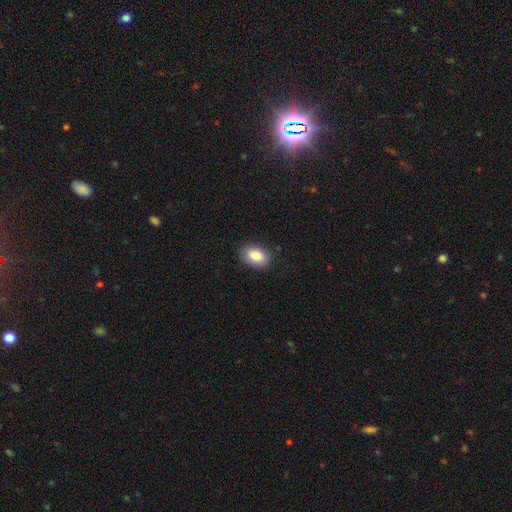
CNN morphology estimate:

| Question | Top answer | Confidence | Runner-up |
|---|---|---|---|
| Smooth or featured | smooth | 87% | star or artifact (7%) |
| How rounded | in between | 86% | round (13%) |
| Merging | none | 84% | minor disturbance (12%) |